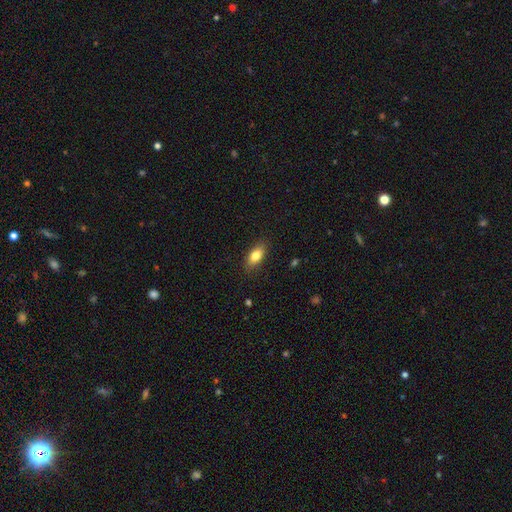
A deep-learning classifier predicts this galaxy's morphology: A smooth galaxy with no disk features (81%) that is in between round and cigar-shaped (85%).

Vote fractions:
- Smooth or featured? smooth: 81% / featured or disk: 12% / star or artifact: 7%
- How rounded? in between: 85% / cigar-shaped: 9% / round: 6%
- Merging? none: 86% / minor disturbance: 11% / major disturbance: 2% / merger: 1%